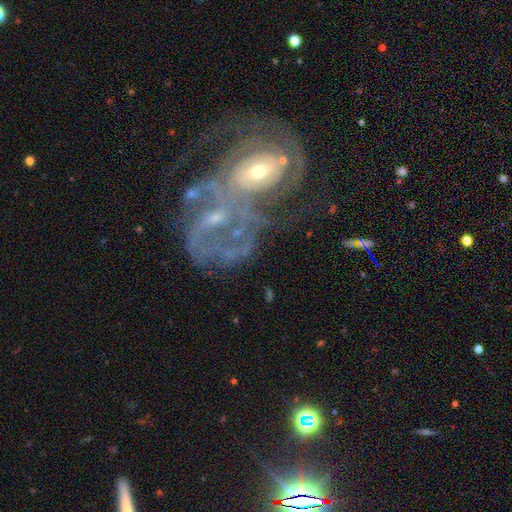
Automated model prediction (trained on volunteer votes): Smooth or featured?
  - featured or disk: 79% *
  - star or artifact: 11%
  - smooth: 10%
Edge-on disk?
  - no: 97% *
  - yes: 3%
Bar?
  - no: 58% *
  - weak: 30%
  - strong: 12%
Spiral arms?
  - yes: 81% *
  - no: 19%
Spiral winding?
  - tight: 46% *
  - medium: 37%
  - loose: 18%
Spiral arm count?
  - can't tell: 39% *
  - 2: 33%
  - 3: 10%
  - 1: 8%
  - 4: 5%
  - more than 4: 5%
Bulge size?
  - small: 56% *
  - moderate: 32%
  - none: 7%
  - large: 3%
  - dominant: 2%
Merging?
  - merger: 67% *
  - major disturbance: 14%
  - none: 13%
  - minor disturbance: 7%